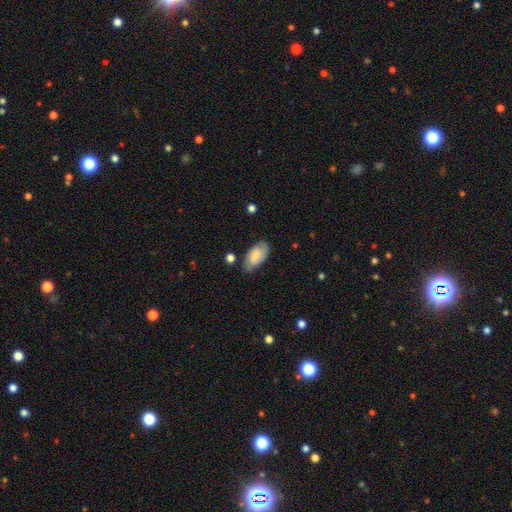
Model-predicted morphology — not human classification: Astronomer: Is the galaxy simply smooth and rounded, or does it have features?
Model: smooth — 67%.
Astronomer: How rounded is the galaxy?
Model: in between — 93%.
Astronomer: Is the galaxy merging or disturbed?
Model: none — 71%.